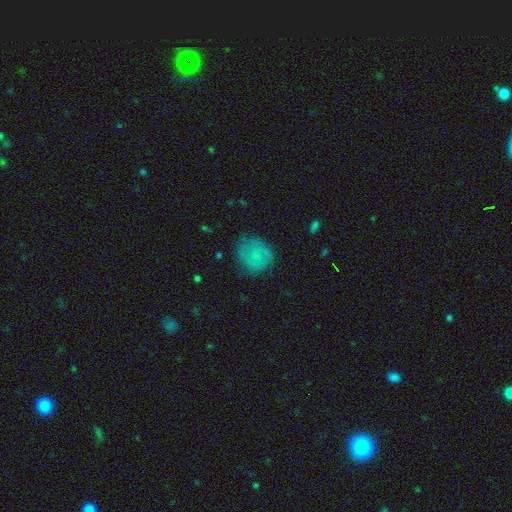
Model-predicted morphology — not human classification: Smooth or featured? Predicted: smooth (p=0.66). How rounded? Predicted: round (p=0.72). Merging? Predicted: none (p=0.65).